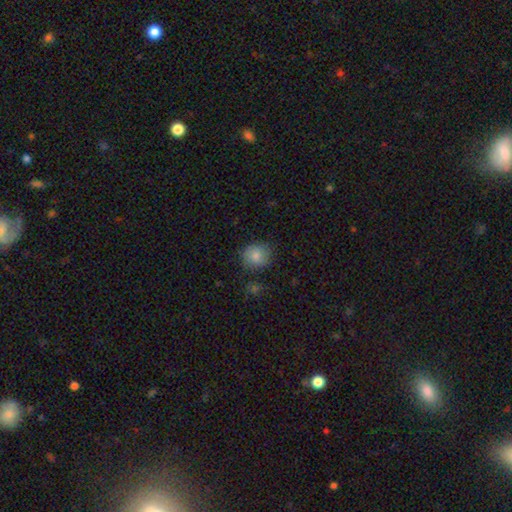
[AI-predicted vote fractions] The model was most divided on "how rounded": round: 76%, in between: 23%, cigar-shaped: 1%. More confident: smooth or featured — smooth (84%); merging — none (79%).